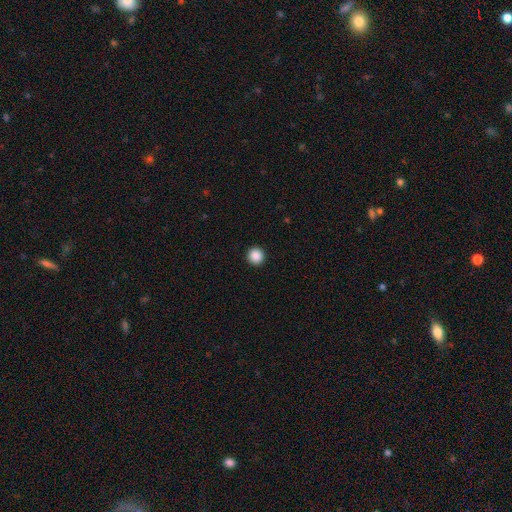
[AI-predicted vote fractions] Morphology: type=smooth (88%); roundness=round (95%); merging=none (93%).